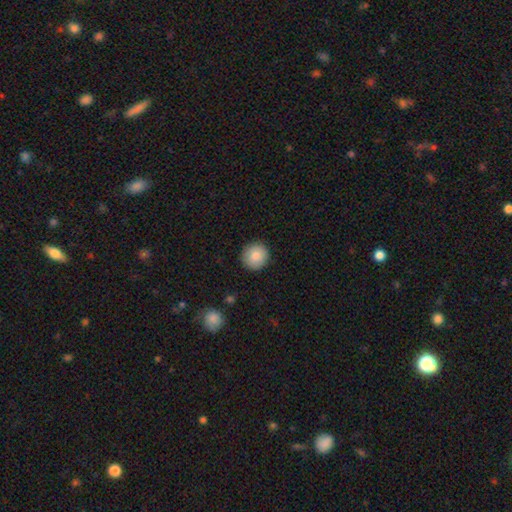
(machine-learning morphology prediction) The model was most divided on "smooth or featured": smooth: 86%, star or artifact: 7%, featured or disk: 6%. More confident: how rounded — round (93%); merging — none (91%).